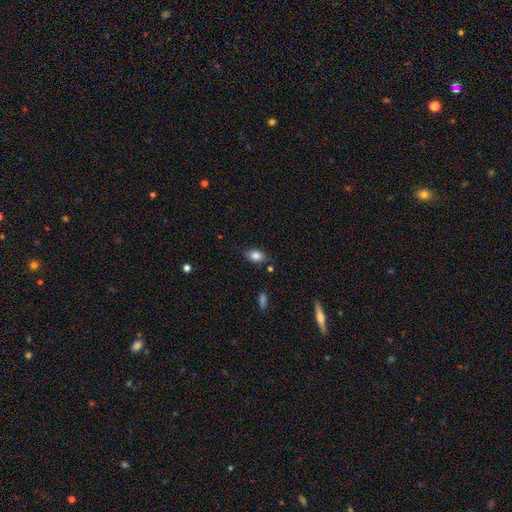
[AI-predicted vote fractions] This is clearly a smooth galaxy (82%). How rounded: clearly in between (82%). Merging: likely none (76%).